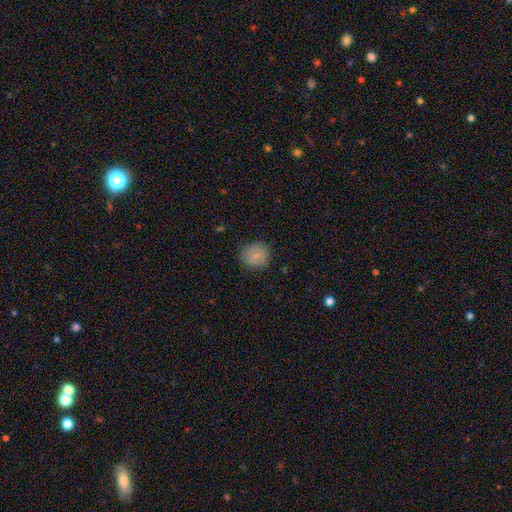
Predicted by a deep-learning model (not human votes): A smooth galaxy with no disk features (82%) that is round (81%).

Vote fractions:
- Smooth or featured? smooth: 82% / star or artifact: 9% / featured or disk: 9%
- How rounded? round: 81% / in between: 18% / cigar-shaped: 1%
- Merging? none: 82% / minor disturbance: 14% / major disturbance: 3% / merger: 1%